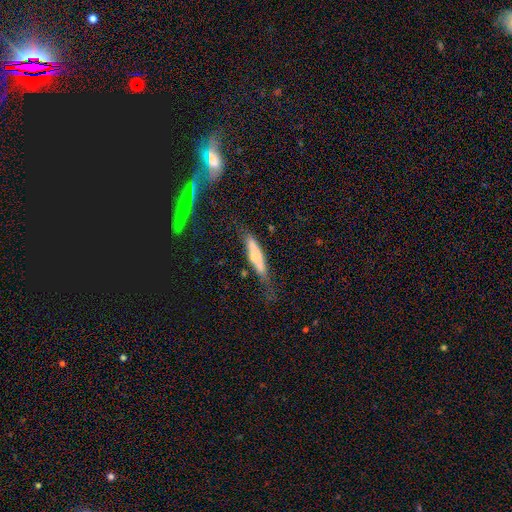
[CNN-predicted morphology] Smooth or featured?
  - smooth: 62% *
  - featured or disk: 32%
  - star or artifact: 7%
How rounded?
  - cigar-shaped: 84% *
  - in between: 14%
  - round: 2%
Merging?
  - none: 55% *
  - minor disturbance: 29%
  - major disturbance: 11%
  - merger: 6%